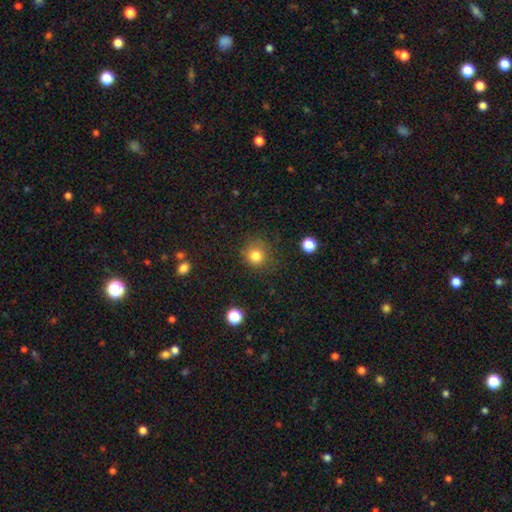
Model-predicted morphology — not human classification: smooth_or_featured: smooth (p=0.82) [alt: star or artifact p=0.12]
how_rounded: round (p=0.89) [alt: in between p=0.10]
merging: none (p=0.79) [alt: minor disturbance p=0.14]